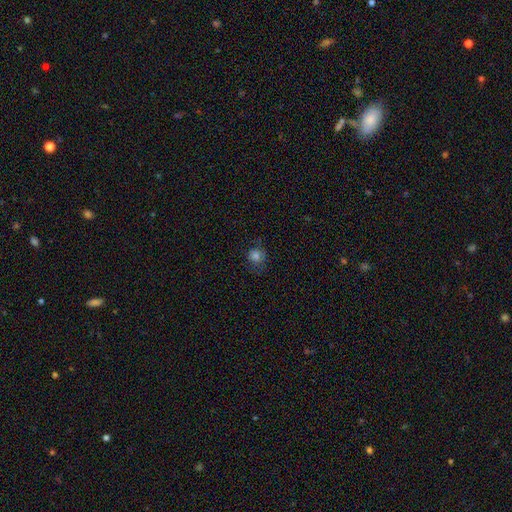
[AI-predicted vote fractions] Smooth or featured? smooth (79%)
How rounded? round (82%)
Merging? none (68%)